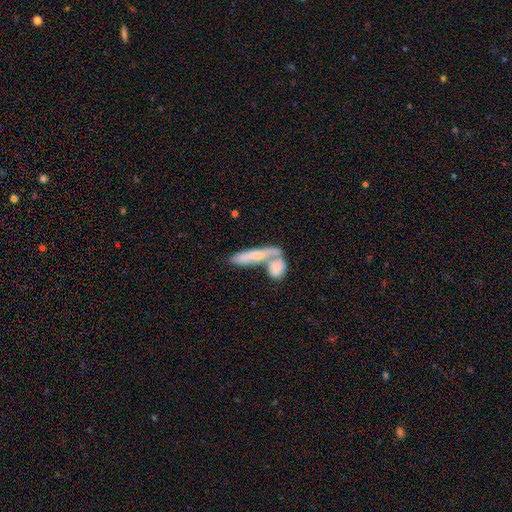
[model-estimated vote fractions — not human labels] This appears to be a smooth galaxy with no disk features (56%) that is cigar-shaped (60%). Merging: merger (56%).